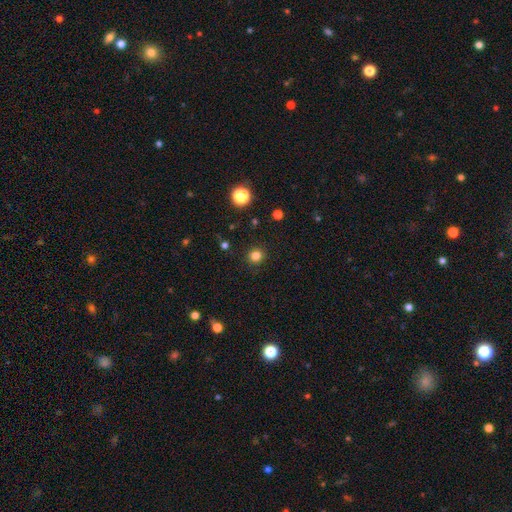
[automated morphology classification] The model was most divided on "smooth or featured": smooth: 82%, star or artifact: 14%, featured or disk: 4%. More confident: how rounded — round (92%); merging — none (91%).